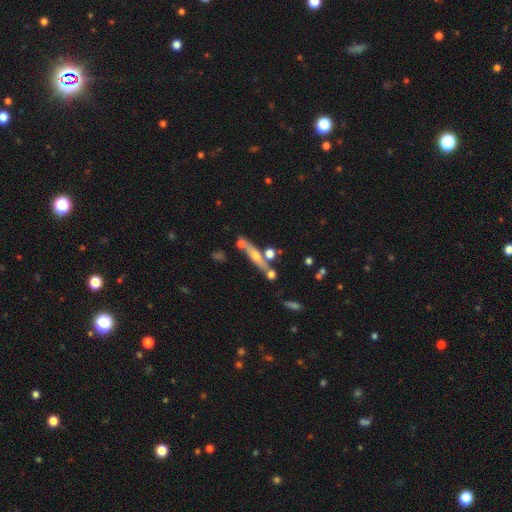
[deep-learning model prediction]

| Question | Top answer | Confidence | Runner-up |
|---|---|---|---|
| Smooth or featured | featured or disk | 60% | smooth (30%) |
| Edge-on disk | yes | 85% | no (15%) |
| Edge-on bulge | rounded | 85% | none (10%) |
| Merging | none | 68% | merger (15%) |